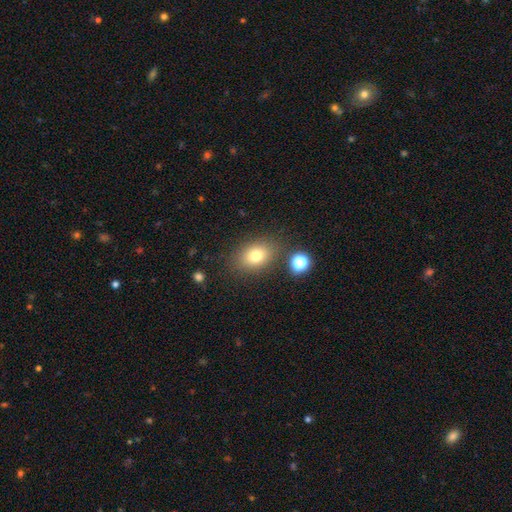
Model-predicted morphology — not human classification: This appears to be a smooth galaxy with no disk features (76%) that is in between round and cigar-shaped (71%). Merging: none (81%).